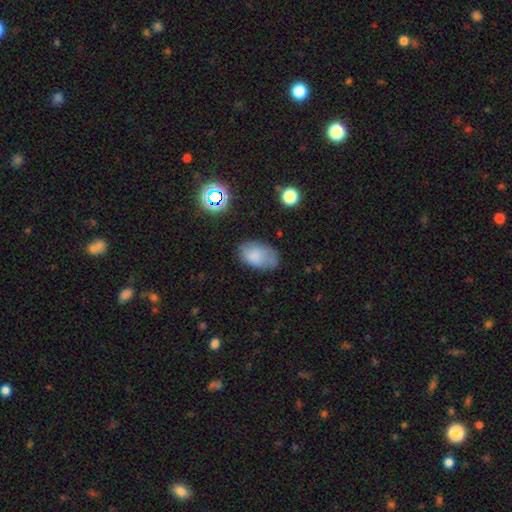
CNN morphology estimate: type=smooth (77%); roundness=in between (92%); merging=none (64%).